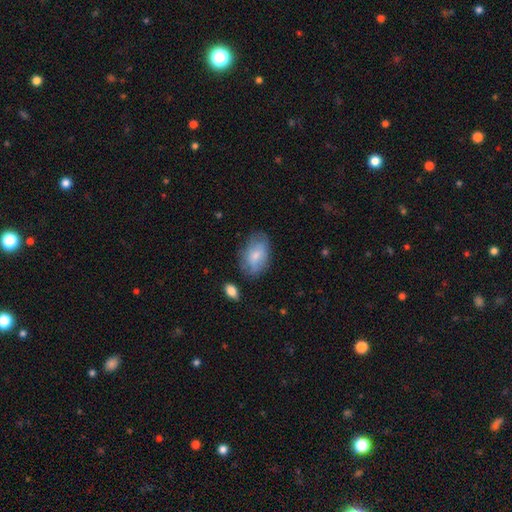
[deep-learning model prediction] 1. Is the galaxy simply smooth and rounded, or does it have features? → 70% smooth, 23% featured or disk, 7% star or artifact.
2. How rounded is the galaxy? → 91% in between, 8% round, 2% cigar-shaped.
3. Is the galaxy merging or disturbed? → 66% none, 24% minor disturbance, 8% major disturbance, 3% merger.